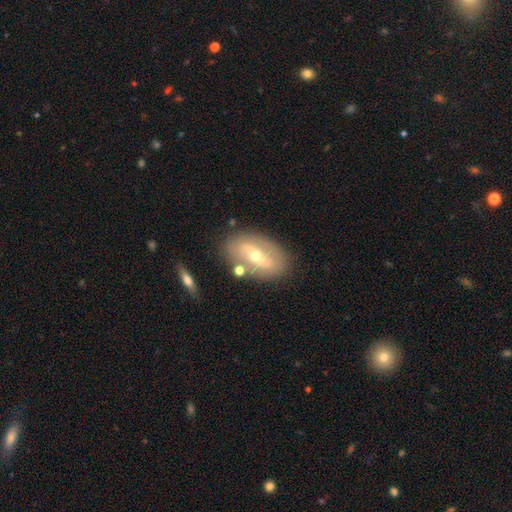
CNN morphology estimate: This is likely a featured or disk galaxy (69%). It is clearly not viewed edge-on (87%). Bar: possibly strong (47%). Spiral arm pattern: possibly yes (51%). Central bulge: possibly moderate (49%). Merging: clearly none (80%).